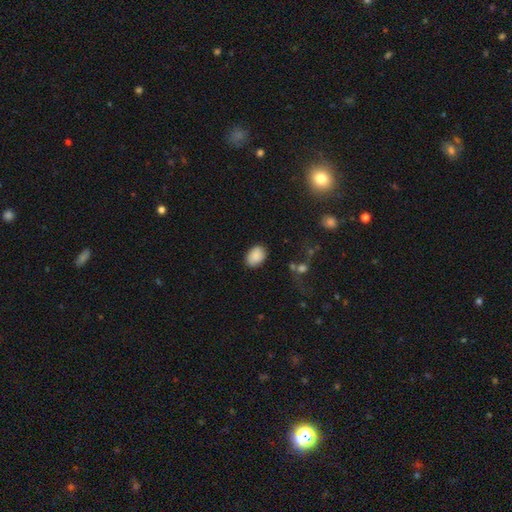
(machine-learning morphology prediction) The model was most divided on "how rounded": in between: 80%, round: 19%, cigar-shaped: 1%. More confident: smooth or featured — smooth (85%); merging — none (81%).